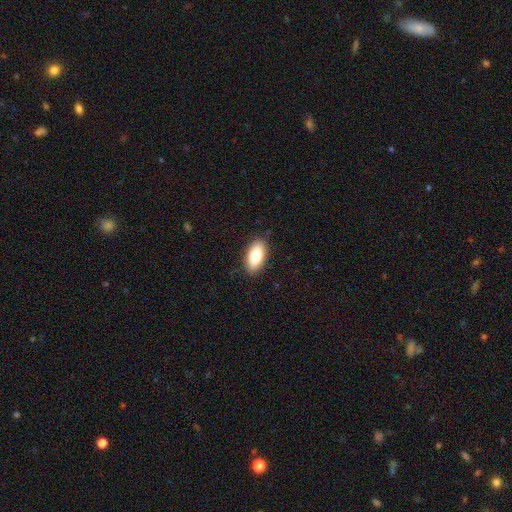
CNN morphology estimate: type=smooth (81%); roundness=in between (89%); merging=none (88%).